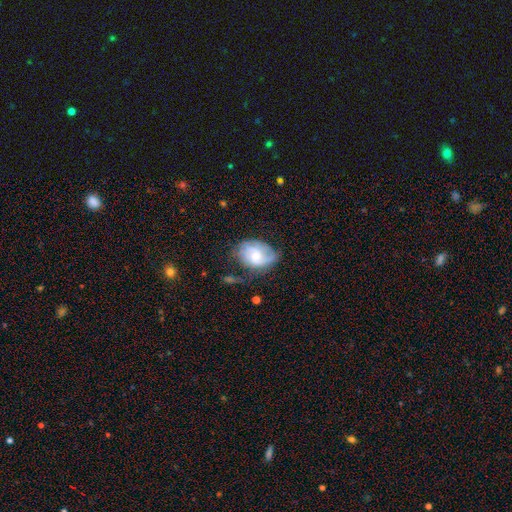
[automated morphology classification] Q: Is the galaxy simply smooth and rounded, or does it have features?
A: featured or disk — 57%.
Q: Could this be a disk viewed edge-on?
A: no — 97%.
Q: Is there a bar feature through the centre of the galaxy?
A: no — 56%.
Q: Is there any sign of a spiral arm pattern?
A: yes — 82%.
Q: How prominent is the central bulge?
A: moderate — 47%.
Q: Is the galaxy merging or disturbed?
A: none — 46%.